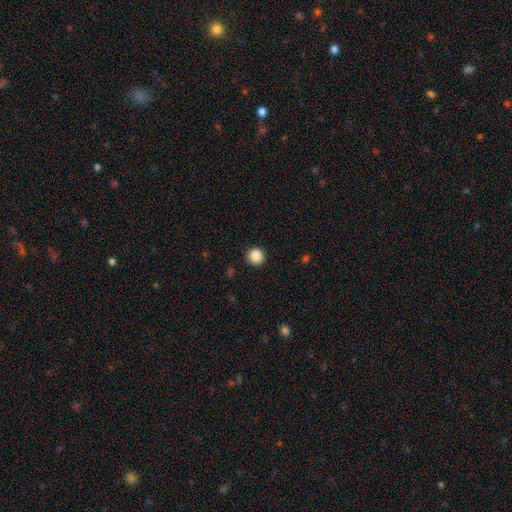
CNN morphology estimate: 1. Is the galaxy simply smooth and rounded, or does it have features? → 88% smooth, 10% star or artifact, 2% featured or disk.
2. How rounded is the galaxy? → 95% round, 4% in between, 1% cigar-shaped.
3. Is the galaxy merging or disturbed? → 92% none, 5% minor disturbance, 2% major disturbance, 1% merger.